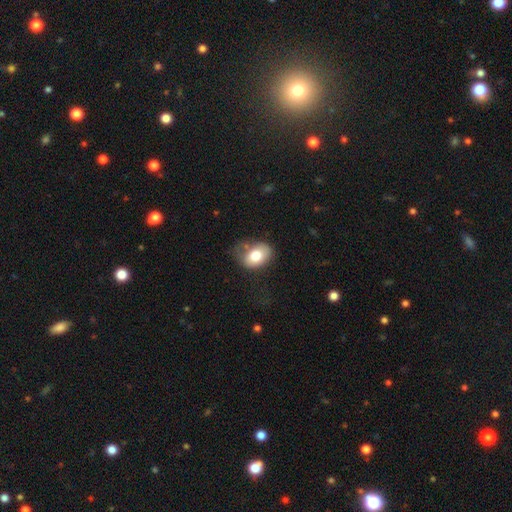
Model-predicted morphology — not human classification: Smooth or featured: smooth — 76% (featured or disk — 17%)
How rounded: in between — 73% (round — 26%)
Merging: none — 45% (minor disturbance — 32%)